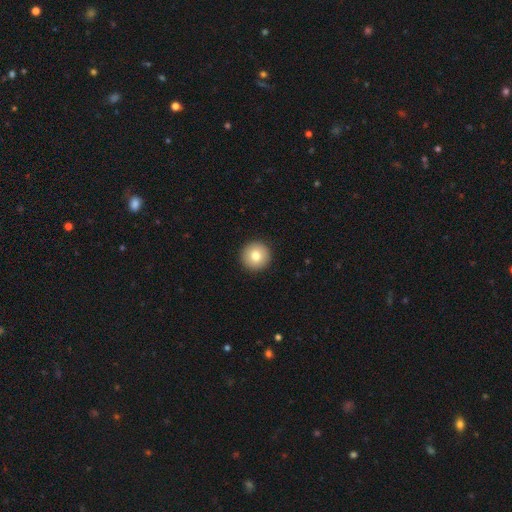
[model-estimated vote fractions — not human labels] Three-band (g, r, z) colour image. It shows a smooth galaxy with no disk features (78%) that is round (96%). Merging: none (94%).